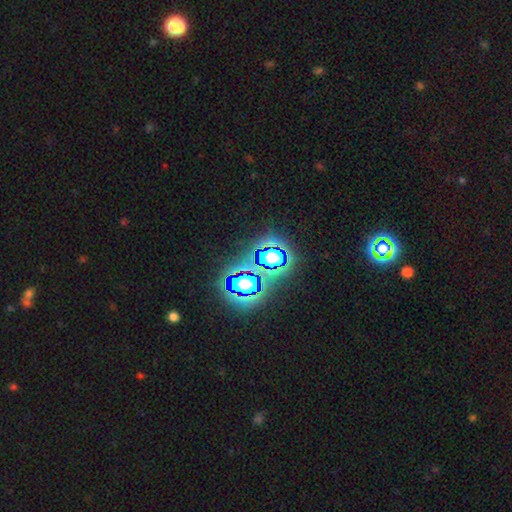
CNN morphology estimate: A star or artifact, not a galaxy (79%).

Vote fractions:
- Smooth or featured? star or artifact: 79% / smooth: 14% / featured or disk: 7%